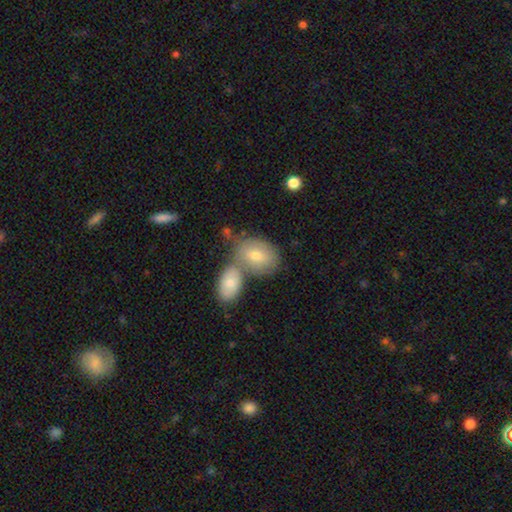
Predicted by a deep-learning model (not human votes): This appears to be a smooth galaxy with no disk features (47%). Merging: none (44%).